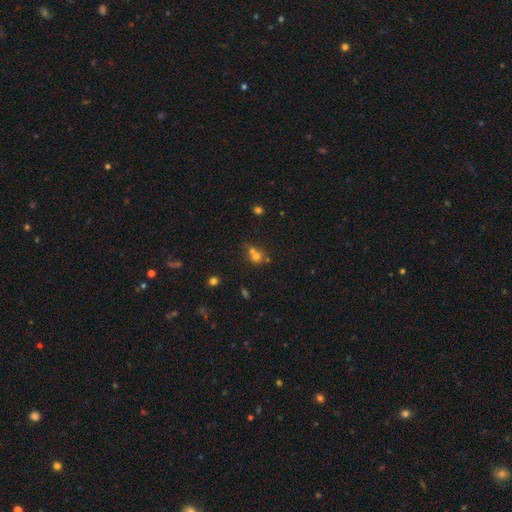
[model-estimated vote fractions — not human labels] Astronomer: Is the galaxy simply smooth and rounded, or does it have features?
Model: smooth — 63%.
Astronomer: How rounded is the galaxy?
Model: round — 77%.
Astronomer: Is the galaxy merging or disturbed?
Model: merger — 54% (runner-up: none, 35%).